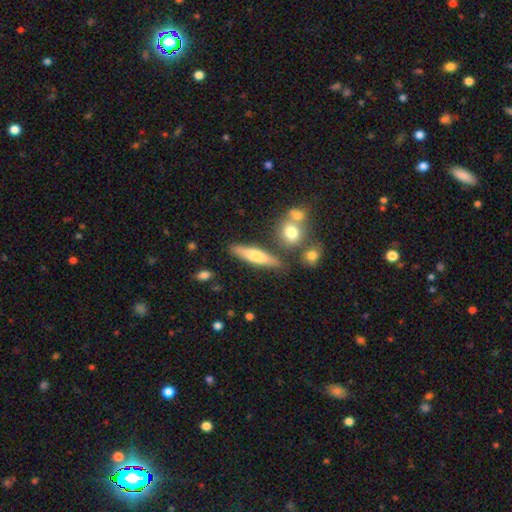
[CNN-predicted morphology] Smooth or featured? Predicted: smooth (p=0.58). How rounded? Predicted: cigar-shaped (p=0.78). Merging? Predicted: none (p=0.77).